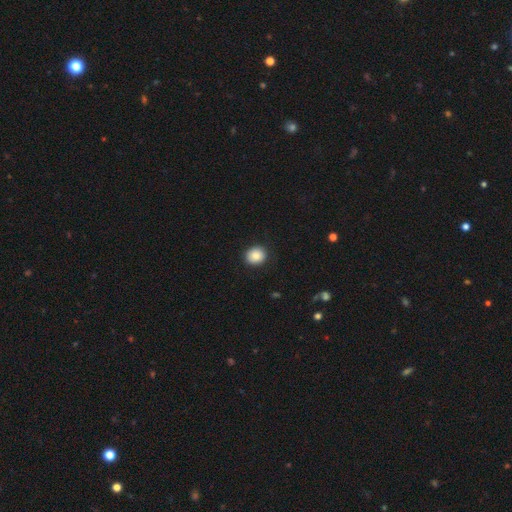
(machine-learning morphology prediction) A smooth galaxy with no disk features (85%) that is round (75%). Merging: none (89%).